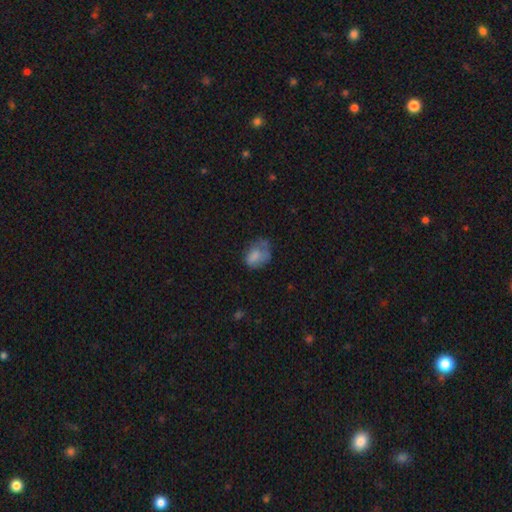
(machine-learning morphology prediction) Q: Smooth or featured?
A: smooth (70%); runner-up: featured or disk (20%)
Q: How rounded?
A: in between (69%); runner-up: round (30%)
Q: Merging?
A: none (36%); runner-up: minor disturbance (34%)